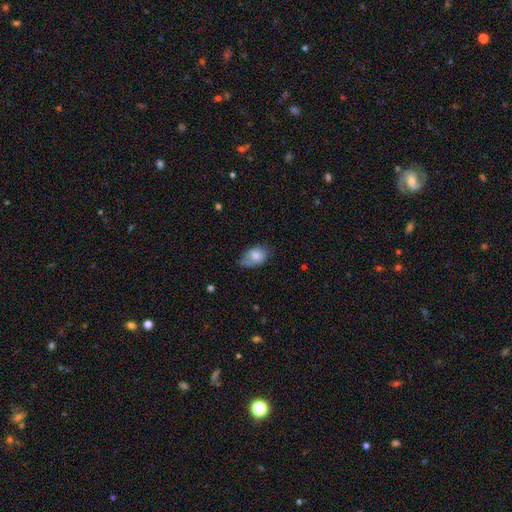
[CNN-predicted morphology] The model was most divided on "merging": none: 53%, minor disturbance: 36%, major disturbance: 8%, merger: 3%. More confident: how rounded — in between (82%); smooth or featured — smooth (78%).